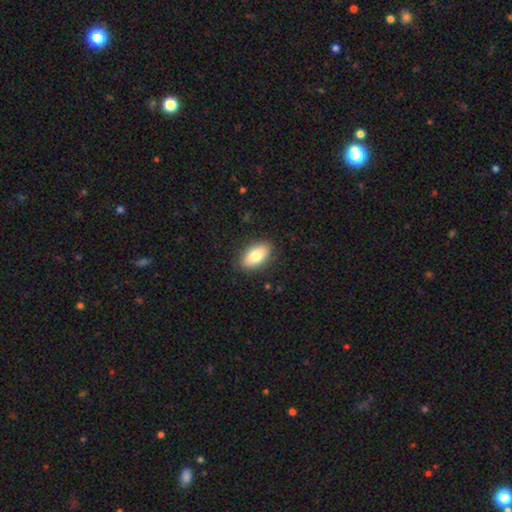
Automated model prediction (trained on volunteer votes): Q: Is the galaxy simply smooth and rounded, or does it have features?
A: smooth — 79%.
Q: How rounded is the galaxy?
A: in between — 91%.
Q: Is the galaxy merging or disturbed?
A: none — 87%.